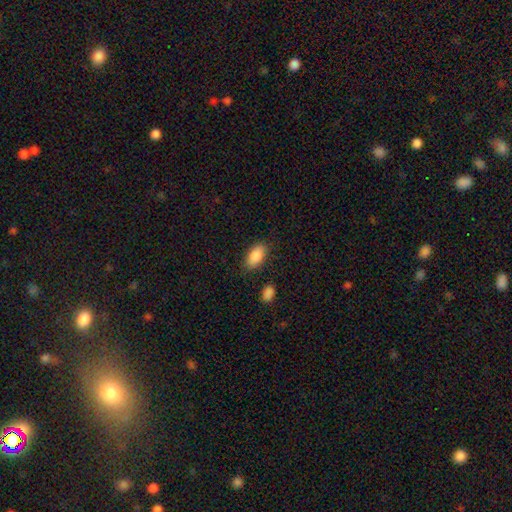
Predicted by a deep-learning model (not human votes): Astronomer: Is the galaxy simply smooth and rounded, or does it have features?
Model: smooth — 88%.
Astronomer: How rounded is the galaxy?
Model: in between — 92%.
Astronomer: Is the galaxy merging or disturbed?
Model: none — 83%.